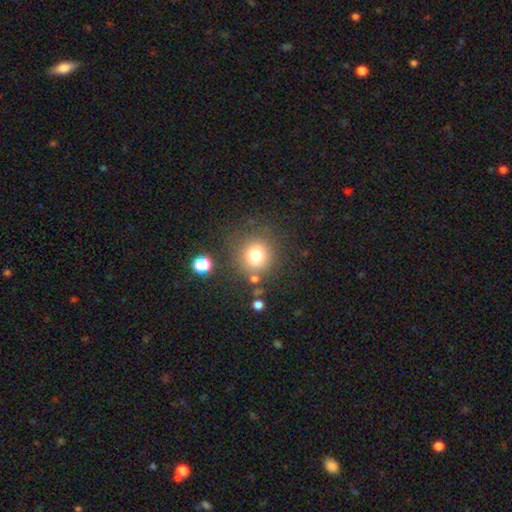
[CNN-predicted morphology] smooth_or_featured: smooth (p=0.77) [alt: star or artifact p=0.14]
how_rounded: round (p=0.91) [alt: in between p=0.09]
merging: none (p=0.77) [alt: minor disturbance p=0.11]